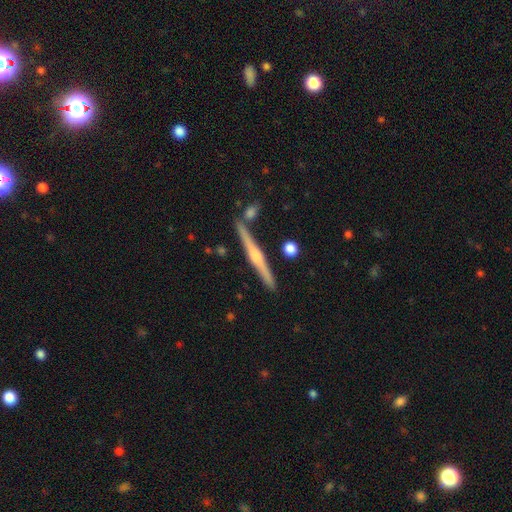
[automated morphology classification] The model was most divided on "smooth or featured": featured or disk: 79%, smooth: 16%, star or artifact: 6%. More confident: edge-on disk — yes (98%); merging — none (86%); edge-on bulge — rounded (81%).